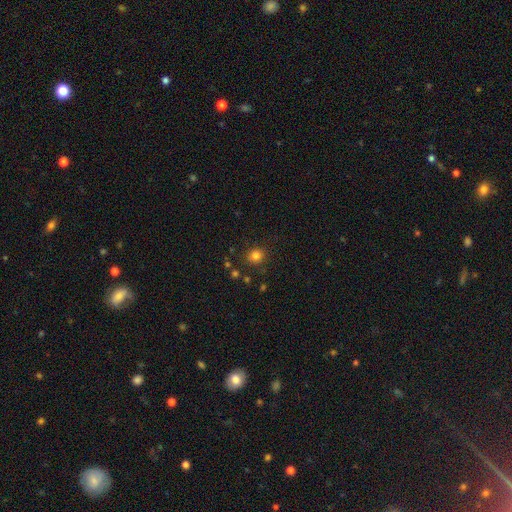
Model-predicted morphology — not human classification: Smooth or featured?
  - smooth: 81% *
  - star or artifact: 14%
  - featured or disk: 5%
How rounded?
  - round: 81% *
  - in between: 18%
  - cigar-shaped: 1%
Merging?
  - none: 85% *
  - minor disturbance: 9%
  - major disturbance: 3%
  - merger: 3%